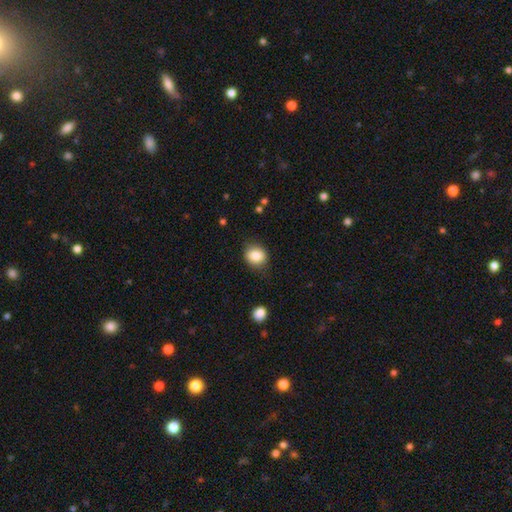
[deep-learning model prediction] A smooth galaxy with no disk features (83%) that is round (69%).

Vote fractions:
- Smooth or featured? smooth: 83% / star or artifact: 9% / featured or disk: 7%
- How rounded? round: 69% / in between: 30% / cigar-shaped: 1%
- Merging? none: 81% / minor disturbance: 14% / major disturbance: 3% / merger: 2%